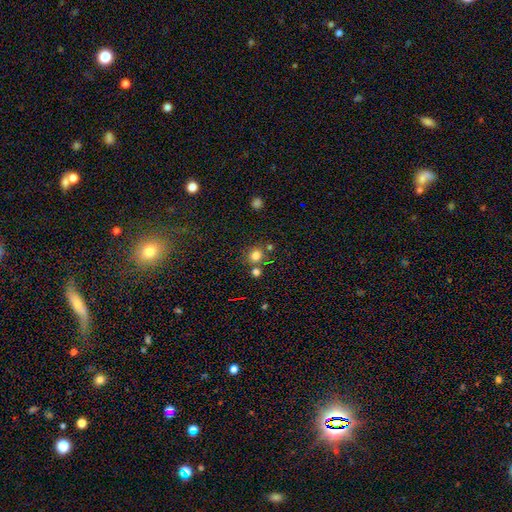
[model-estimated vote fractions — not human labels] A smooth galaxy with no disk features (78%) that is round (84%). Merging: none (71%).